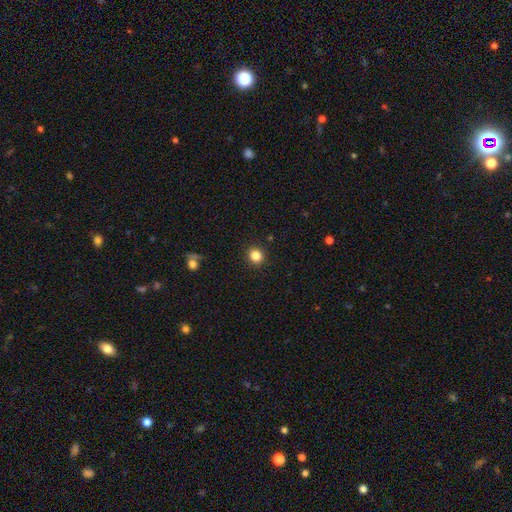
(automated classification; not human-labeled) Overall: smooth (84%). How rounded: round (88%). Merging: none (92%).